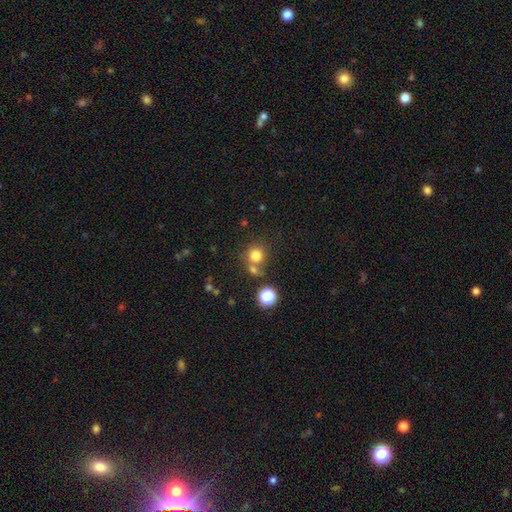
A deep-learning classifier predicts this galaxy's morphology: A smooth galaxy with no disk features (78%) that is round (89%). Merging: none (60%).